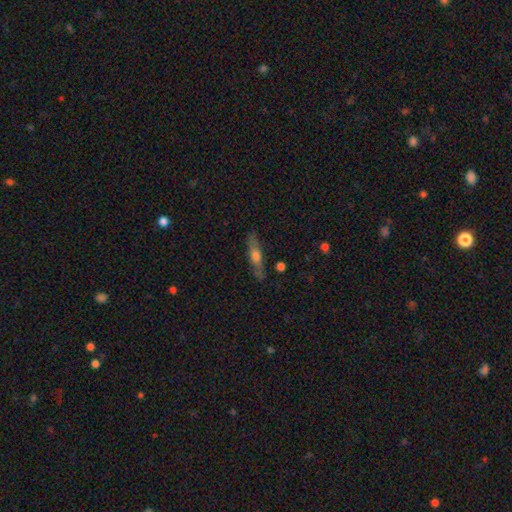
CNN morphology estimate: A smooth galaxy with no disk features (48%).

Vote fractions:
- Smooth or featured? smooth: 48% / featured or disk: 45% / star or artifact: 7%
- Merging? none: 81% / minor disturbance: 13% / major disturbance: 3% / merger: 2%